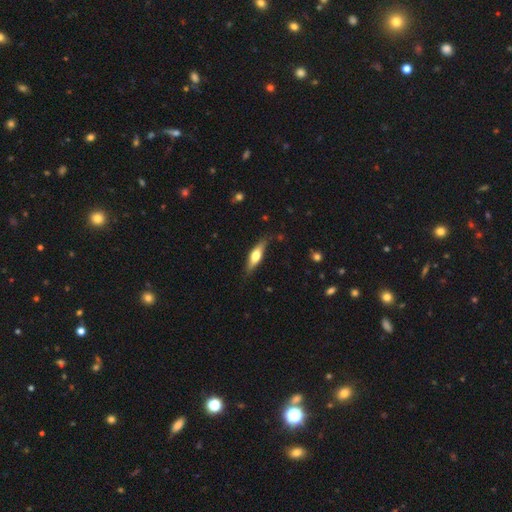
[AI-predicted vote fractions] A smooth galaxy with no disk features (48%).

Vote fractions:
- Smooth or featured? smooth: 48% / featured or disk: 46% / star or artifact: 5%
- Merging? none: 81% / minor disturbance: 15% / major disturbance: 3% / merger: 1%